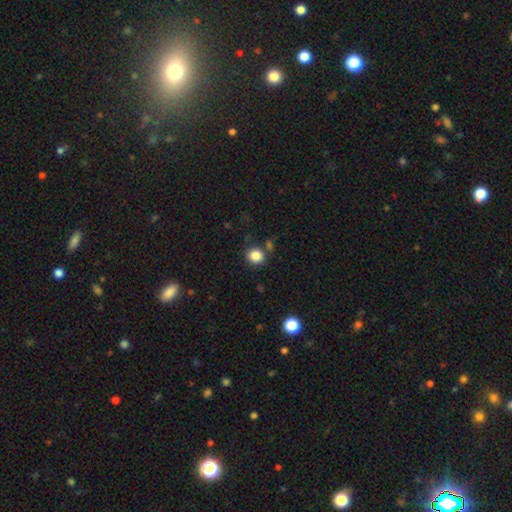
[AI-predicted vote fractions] Smooth or featured?
  - smooth: 85% *
  - star or artifact: 11%
  - featured or disk: 4%
How rounded?
  - round: 80% *
  - in between: 19%
  - cigar-shaped: 1%
Merging?
  - none: 79% *
  - minor disturbance: 10%
  - merger: 7%
  - major disturbance: 3%